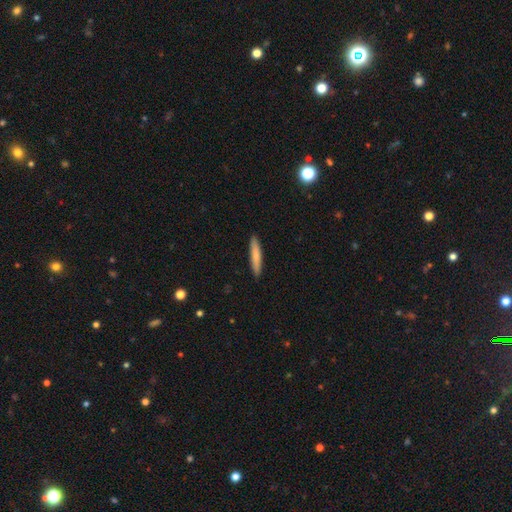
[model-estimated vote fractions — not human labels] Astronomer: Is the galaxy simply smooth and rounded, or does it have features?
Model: smooth — 78%.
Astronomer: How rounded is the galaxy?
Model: cigar-shaped — 92%.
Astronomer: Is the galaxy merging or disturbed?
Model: none — 91%.